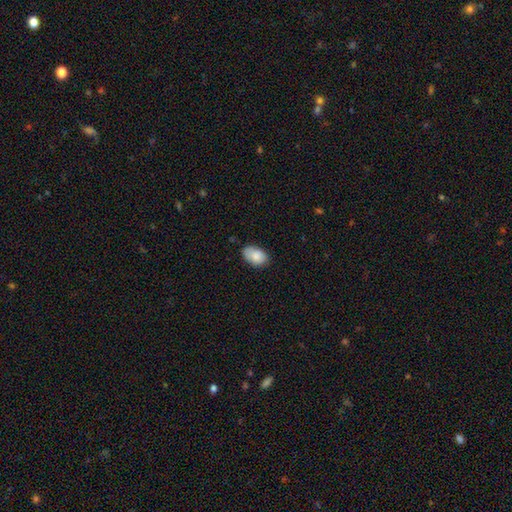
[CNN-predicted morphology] Q: Smooth or featured?
A: smooth (86%); runner-up: featured or disk (7%)
Q: How rounded?
A: in between (89%); runner-up: round (9%)
Q: Merging?
A: none (73%); runner-up: minor disturbance (22%)